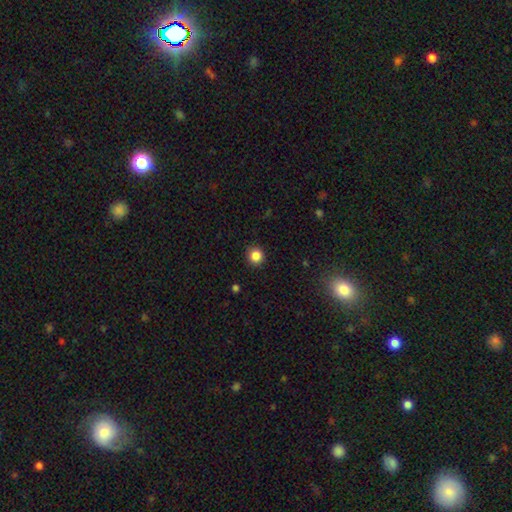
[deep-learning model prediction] The model was most divided on "smooth or featured": smooth: 85%, star or artifact: 11%, featured or disk: 4%. More confident: how rounded — round (92%); merging — none (91%).